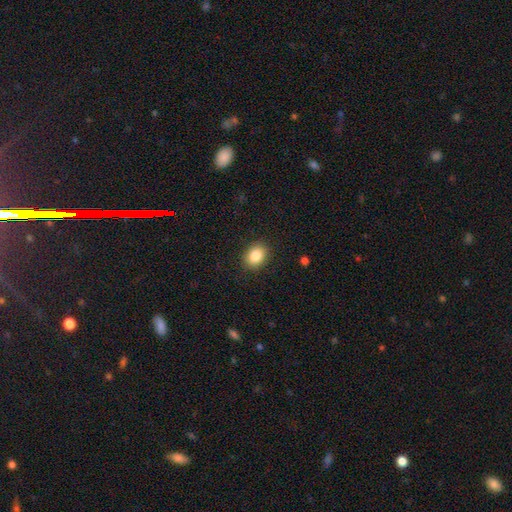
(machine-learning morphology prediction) Smooth or featured: smooth — 85% (star or artifact — 9%)
How rounded: in between — 62% (round — 38%)
Merging: none — 89% (minor disturbance — 8%)